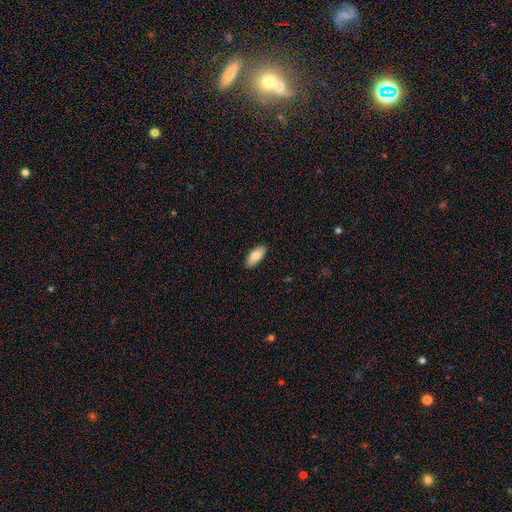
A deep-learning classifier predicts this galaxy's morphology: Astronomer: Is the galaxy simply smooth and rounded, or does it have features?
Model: smooth — 82%.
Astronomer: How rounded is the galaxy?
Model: in between — 87%.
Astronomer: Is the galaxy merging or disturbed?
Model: none — 89%.